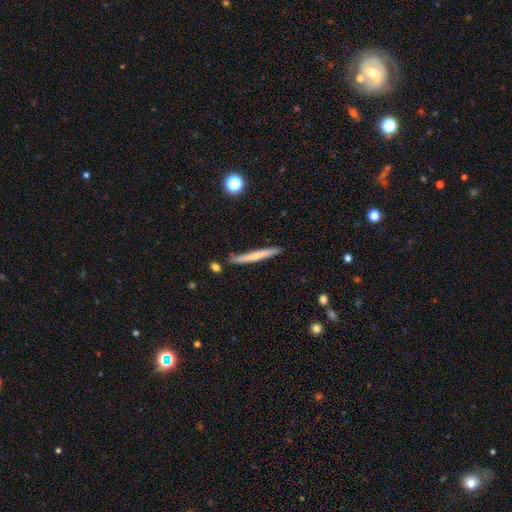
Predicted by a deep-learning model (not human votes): A smooth galaxy with no disk features (60%) that is cigar-shaped (96%).

Vote fractions:
- Smooth or featured? smooth: 60% / featured or disk: 34% / star or artifact: 6%
- How rounded? cigar-shaped: 96% / in between: 2% / round: 1%
- Merging? none: 85% / minor disturbance: 10% / merger: 3% / major disturbance: 2%